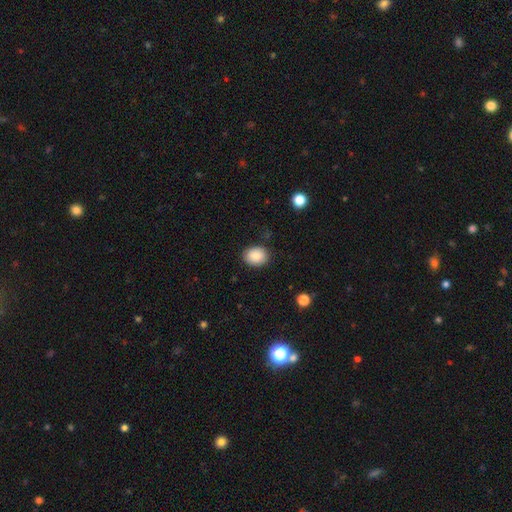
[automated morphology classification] A smooth galaxy with no disk features (88%) that is round (53%). Merging: none (86%).